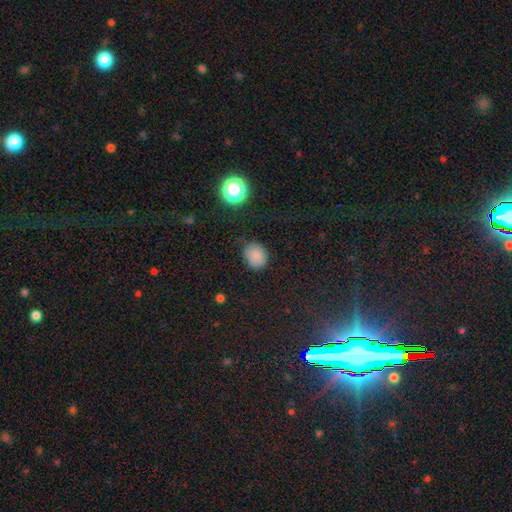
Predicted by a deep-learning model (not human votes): Q: Smooth or featured?
A: smooth (81%); runner-up: star or artifact (13%)
Q: How rounded?
A: round (65%); runner-up: in between (34%)
Q: Merging?
A: none (78%); runner-up: minor disturbance (16%)